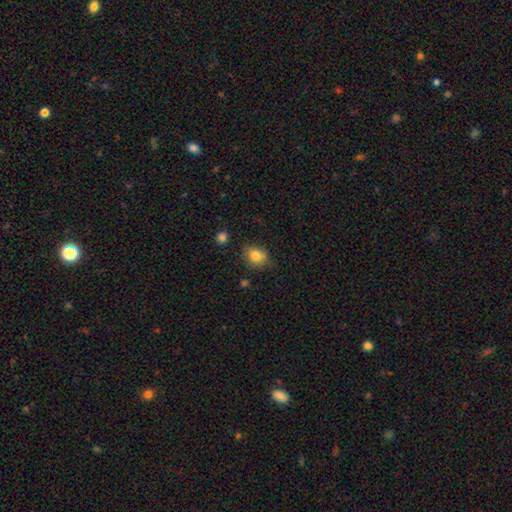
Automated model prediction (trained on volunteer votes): This is clearly a smooth galaxy (83%). How rounded: possibly round (56%). Merging: likely none (75%).